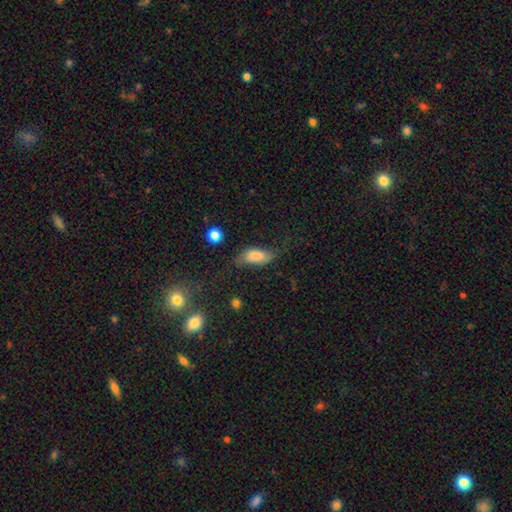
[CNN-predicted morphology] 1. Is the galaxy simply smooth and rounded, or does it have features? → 68% smooth, 22% featured or disk, 9% star or artifact.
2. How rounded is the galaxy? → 86% in between, 10% cigar-shaped, 4% round.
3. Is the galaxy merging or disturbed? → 51% none, 29% minor disturbance, 17% major disturbance, 3% merger.